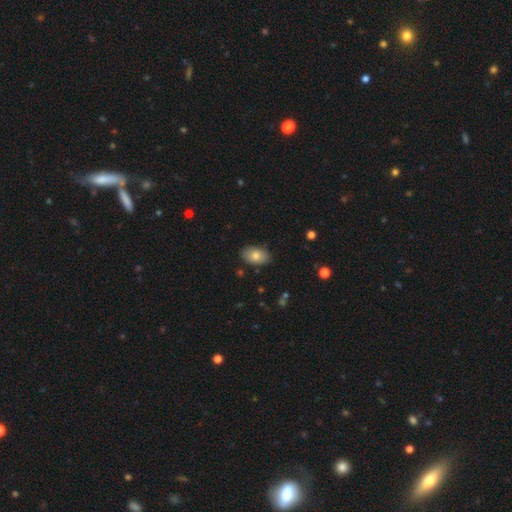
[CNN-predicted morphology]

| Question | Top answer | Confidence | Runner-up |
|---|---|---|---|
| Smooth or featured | smooth | 81% | featured or disk (12%) |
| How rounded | in between | 91% | round (7%) |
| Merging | none | 85% | minor disturbance (11%) |